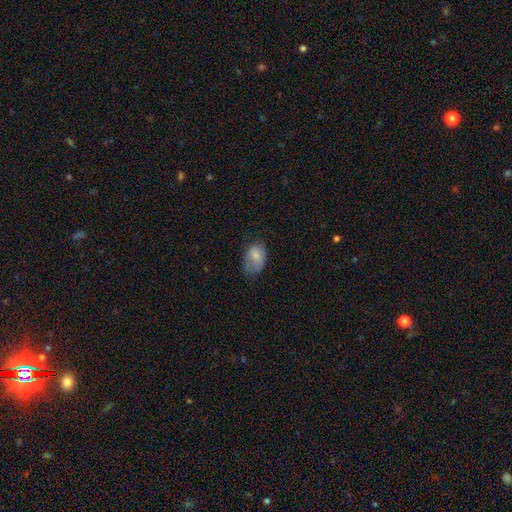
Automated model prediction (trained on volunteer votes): Smooth or featured? Predicted: smooth (p=0.77). How rounded? Predicted: in between (p=0.84). Merging? Predicted: none (p=0.44).